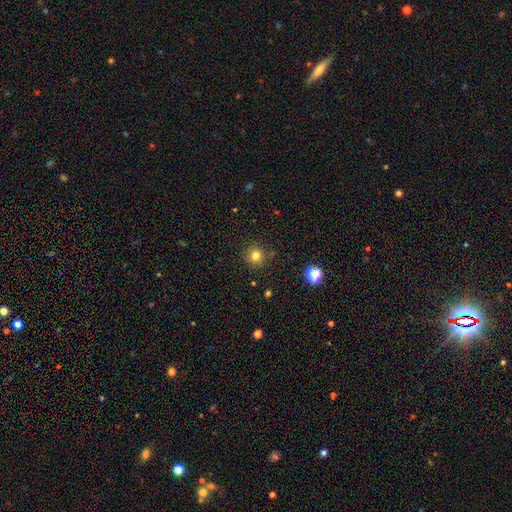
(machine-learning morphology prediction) smooth_or_featured: smooth (p=0.79) [alt: star or artifact p=0.14]
how_rounded: round (p=0.93) [alt: in between p=0.06]
merging: none (p=0.88) [alt: minor disturbance p=0.08]